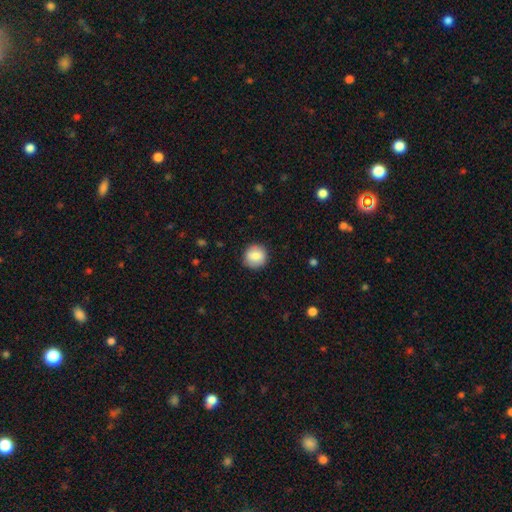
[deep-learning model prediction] Overall: smooth (84%). How rounded: round (92%). Merging: none (89%).